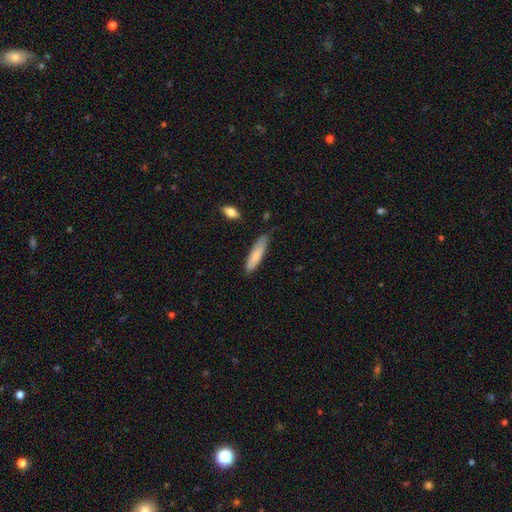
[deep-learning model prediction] Morphology: type=smooth (78%); roundness=cigar-shaped (71%); merging=none (75%).